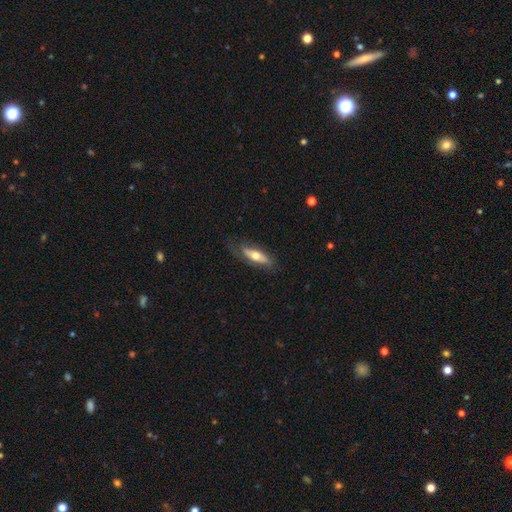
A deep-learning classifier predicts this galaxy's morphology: Overall: smooth (50%; featured or disk 44%). How rounded: in between (51%; cigar-shaped 47%). Merging: none (64%; minor disturbance 24%).